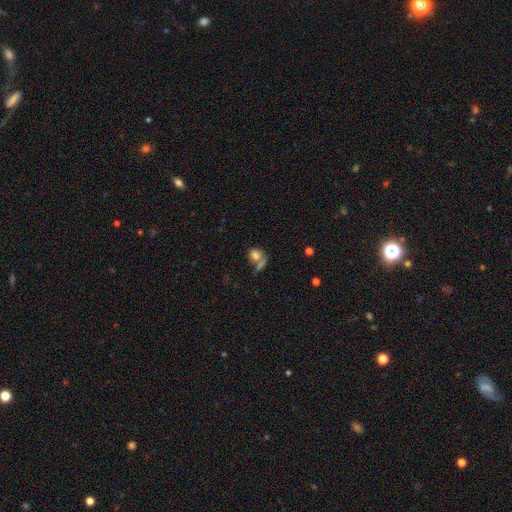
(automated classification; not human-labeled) Q: Smooth or featured?
A: smooth (73%); runner-up: featured or disk (15%)
Q: How rounded?
A: round (49%); runner-up: in between (48%)
Q: Merging?
A: merger (41%); runner-up: none (35%)